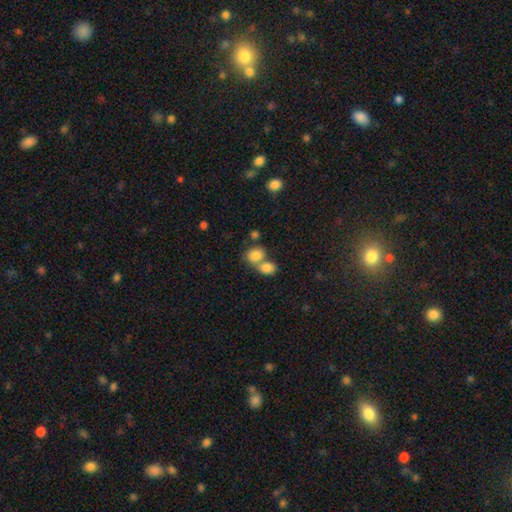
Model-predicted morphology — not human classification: smooth 82%, star or artifact 9%, featured or disk 8%. Down the decision tree: how rounded — in between (58%); merging — merger (56%).